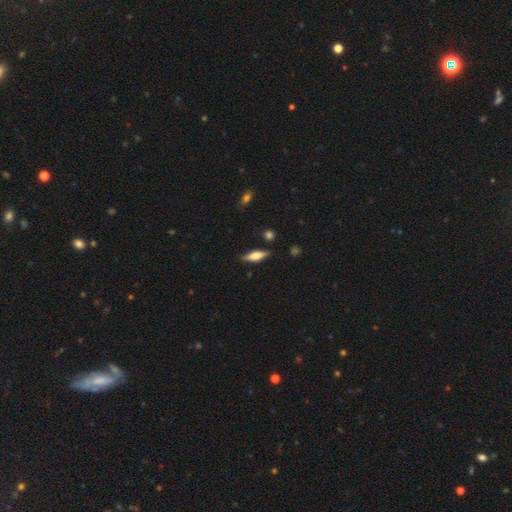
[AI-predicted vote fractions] Smooth or featured?
  - smooth: 50% *
  - featured or disk: 44%
  - star or artifact: 7%
Merging?
  - none: 84% *
  - minor disturbance: 12%
  - major disturbance: 2%
  - merger: 2%